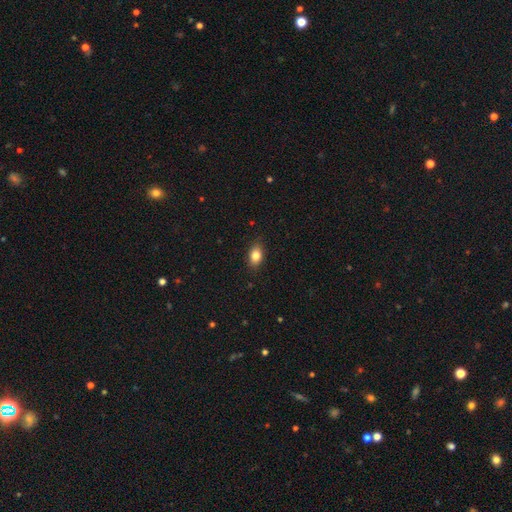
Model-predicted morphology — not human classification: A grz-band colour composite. It shows a smooth galaxy with no disk features (83%) that is in between round and cigar-shaped (83%). Merging: none (86%).